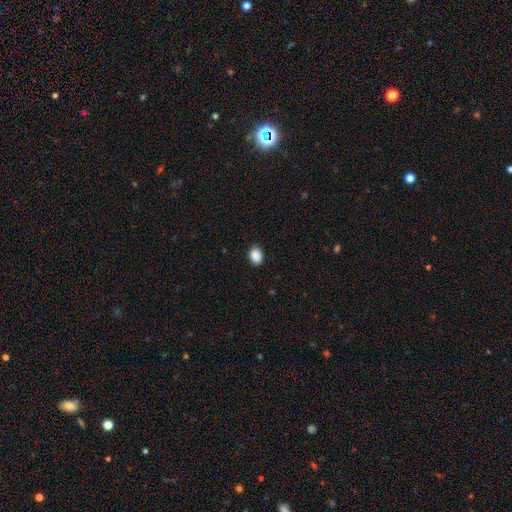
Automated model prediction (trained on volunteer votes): Smooth or featured? smooth (89%)
How rounded? in between (72%)
Merging? none (87%)